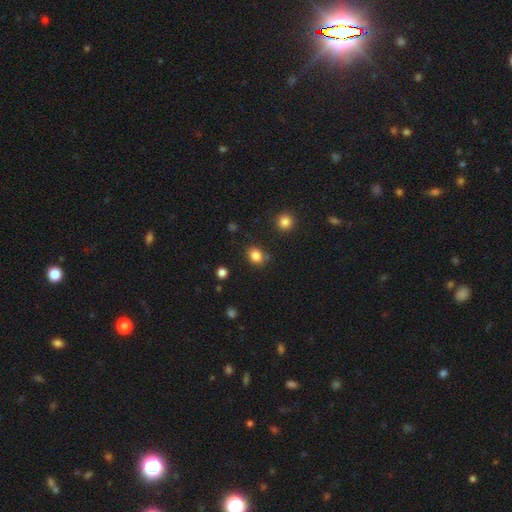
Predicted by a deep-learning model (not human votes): A smooth galaxy with no disk features (83%) that is in between round and cigar-shaped (52%). Merging: none (78%).